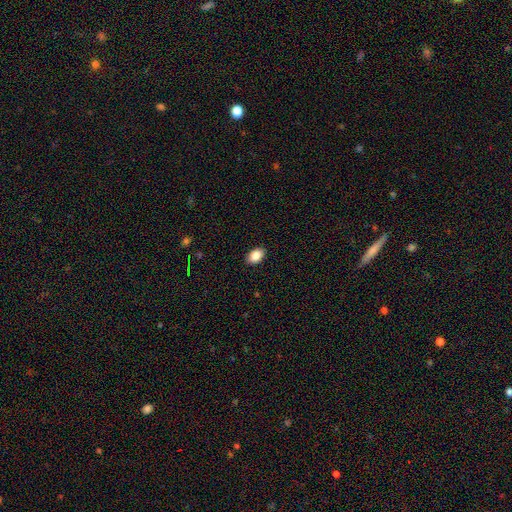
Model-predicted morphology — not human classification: type=smooth (87%); roundness=in between (87%); merging=none (89%).